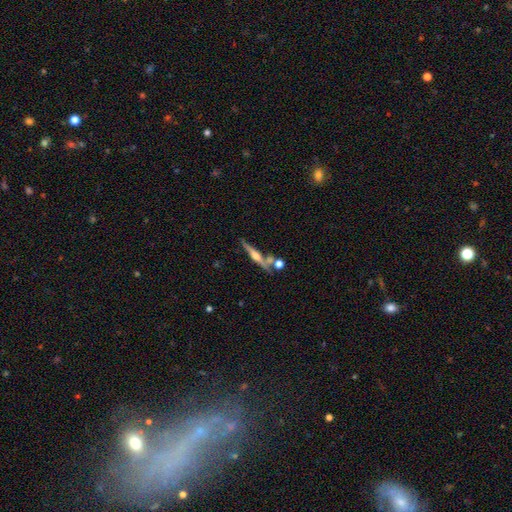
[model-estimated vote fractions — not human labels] featured or disk 72%, smooth 21%, star or artifact 7%. Down the decision tree: edge-on disk — yes (96%); edge-on bulge — rounded (89%); merging — none (68%).